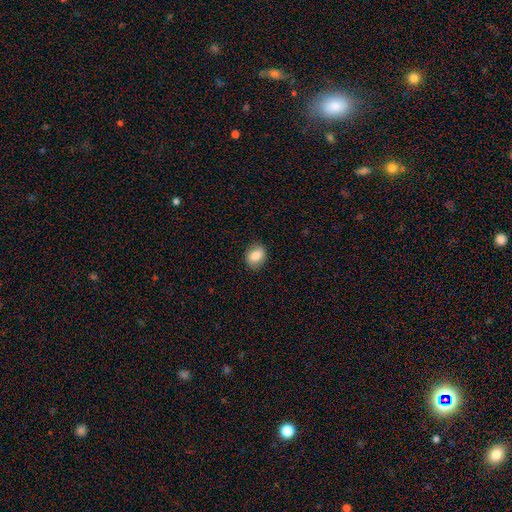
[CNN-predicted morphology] Smooth or featured? Predicted: smooth (p=0.82). How rounded? Predicted: round (p=0.50). Merging? Predicted: none (p=0.86).